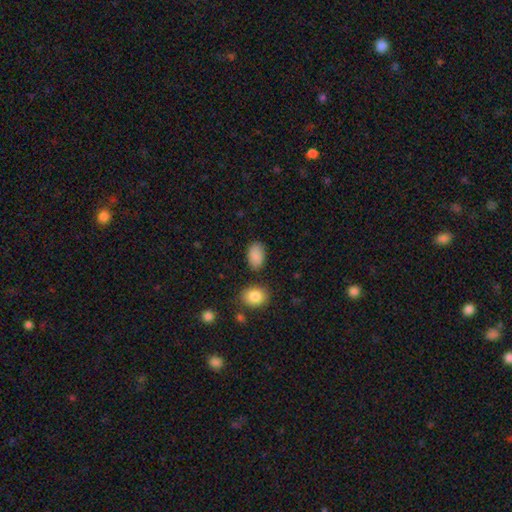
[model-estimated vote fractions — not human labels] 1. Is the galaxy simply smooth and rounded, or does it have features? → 88% smooth, 7% star or artifact, 5% featured or disk.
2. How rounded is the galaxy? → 90% in between, 9% round, 1% cigar-shaped.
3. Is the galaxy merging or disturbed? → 82% none, 12% minor disturbance, 3% merger, 3% major disturbance.